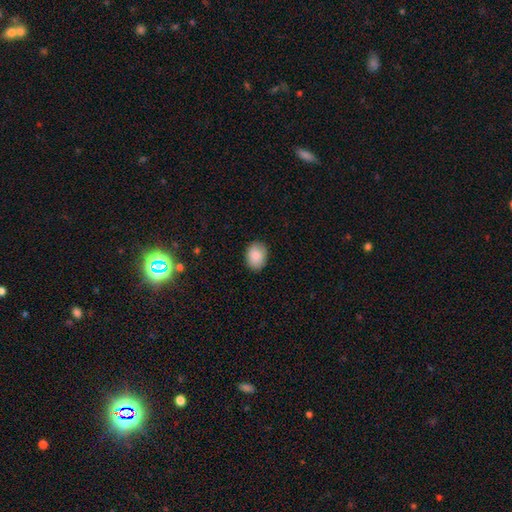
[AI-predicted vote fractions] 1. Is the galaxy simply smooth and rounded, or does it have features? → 88% smooth, 7% star or artifact, 5% featured or disk.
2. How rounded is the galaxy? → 69% in between, 30% round, 1% cigar-shaped.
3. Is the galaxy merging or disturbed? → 86% none, 11% minor disturbance, 2% major disturbance, 1% merger.